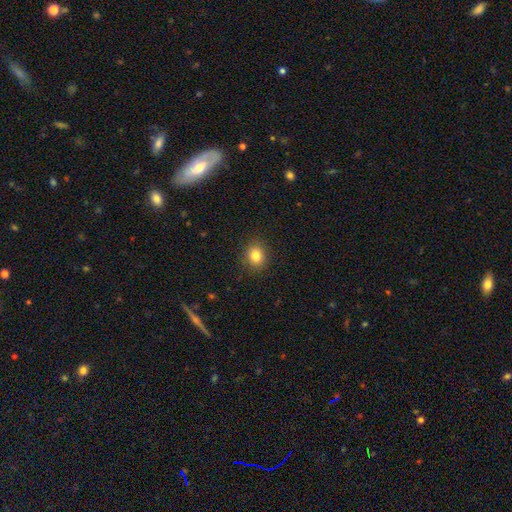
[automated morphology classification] smooth_or_featured: smooth (p=0.83) [alt: star or artifact p=0.11]
how_rounded: round (p=0.70) [alt: in between p=0.29]
merging: none (p=0.89) [alt: minor disturbance p=0.08]